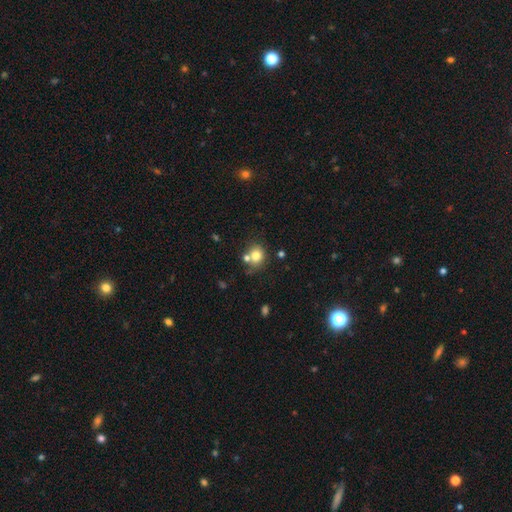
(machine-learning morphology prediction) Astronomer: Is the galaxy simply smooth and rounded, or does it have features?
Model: smooth — 77%.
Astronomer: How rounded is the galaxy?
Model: round — 74%.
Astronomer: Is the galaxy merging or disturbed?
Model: none — 56%.